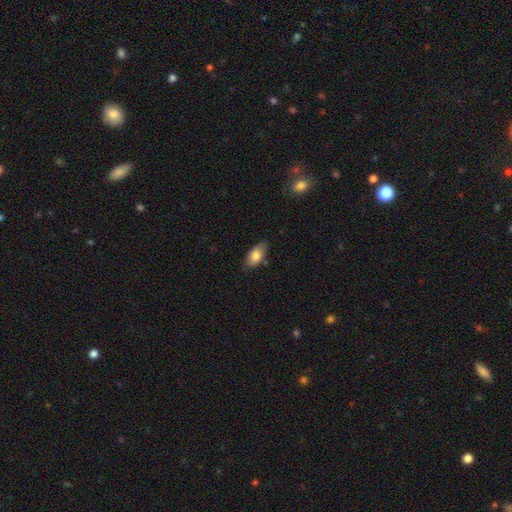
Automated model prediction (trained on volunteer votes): Smooth or featured: smooth — 81% (featured or disk — 13%)
How rounded: in between — 89% (cigar-shaped — 7%)
Merging: none — 78% (minor disturbance — 17%)